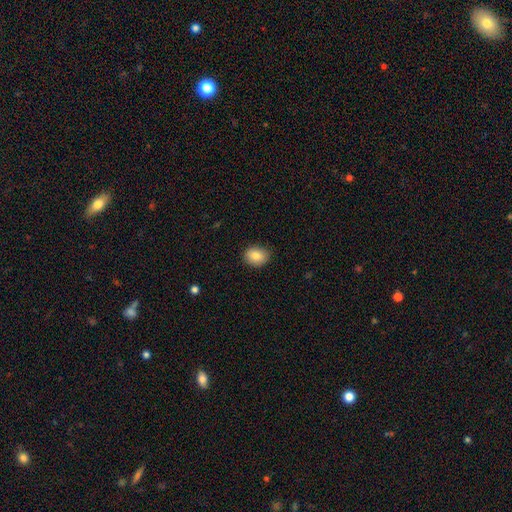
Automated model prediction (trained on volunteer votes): This is clearly a smooth galaxy (83%). How rounded: possibly round (50%). Merging: clearly none (85%).